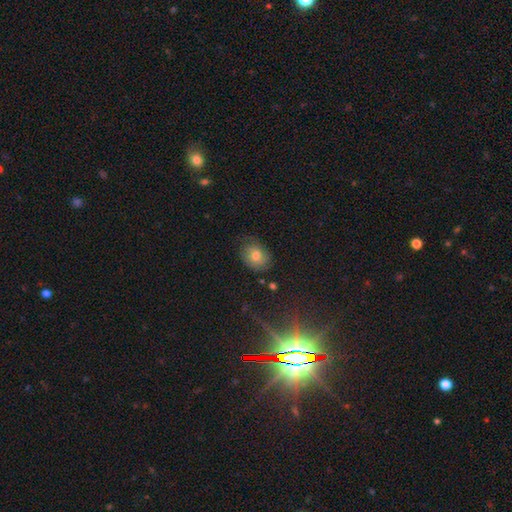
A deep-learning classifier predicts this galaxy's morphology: Smooth or featured? smooth (76%)
How rounded? in between (55%)
Merging? none (71%)